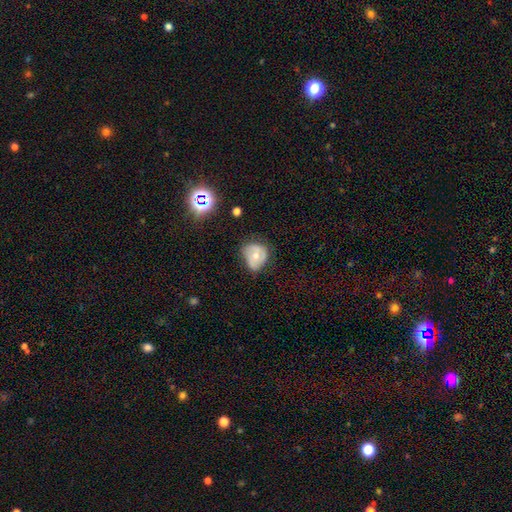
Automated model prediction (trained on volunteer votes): smooth 49%, featured or disk 42%, star or artifact 9%. Down the decision tree: merging — minor disturbance (42%).